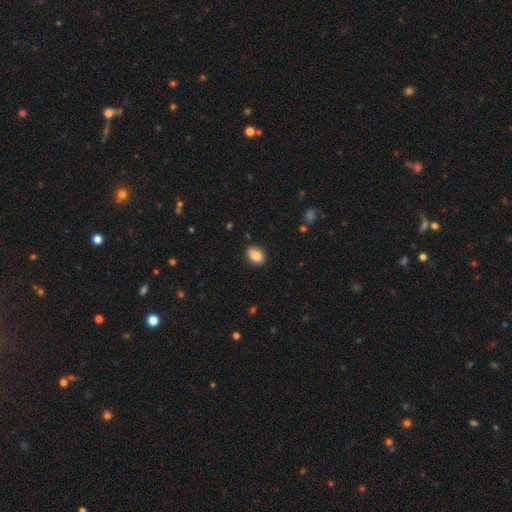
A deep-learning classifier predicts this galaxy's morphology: Smooth or featured: smooth — 84% (star or artifact — 8%)
How rounded: in between — 77% (round — 22%)
Merging: none — 84% (minor disturbance — 12%)